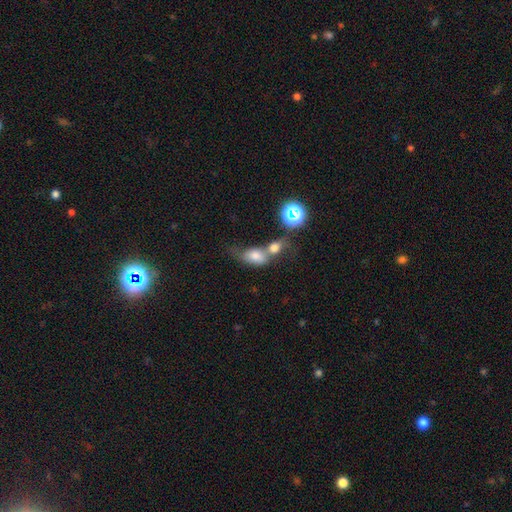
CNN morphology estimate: Overall: smooth (70%). How rounded: in between (76%). Merging: merger (60%; none 20%).